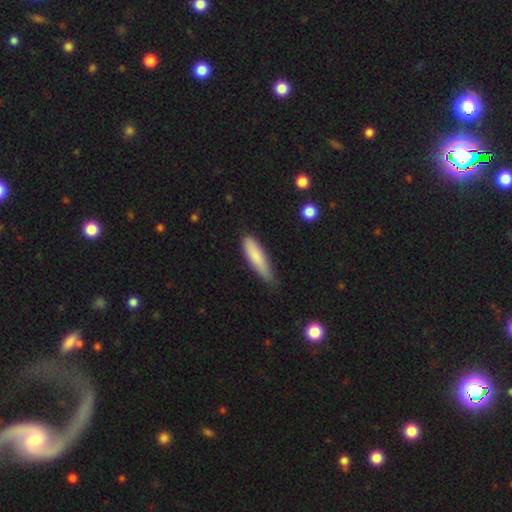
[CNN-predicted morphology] A smooth galaxy with no disk features (82%) that is cigar-shaped (70%). Merging: none (62%).